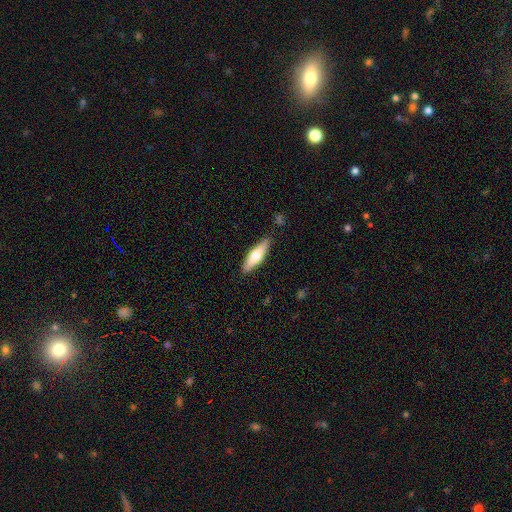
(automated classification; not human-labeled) This appears to be a smooth galaxy with no disk features (59%) that is cigar-shaped (59%). Merging: none (86%).